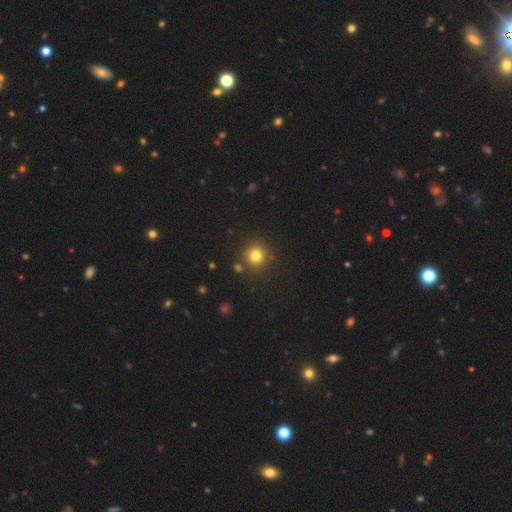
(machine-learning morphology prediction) Smooth or featured?
  - smooth: 80% *
  - star or artifact: 14%
  - featured or disk: 6%
How rounded?
  - round: 93% *
  - in between: 6%
  - cigar-shaped: 1%
Merging?
  - none: 85% *
  - minor disturbance: 7%
  - merger: 5%
  - major disturbance: 3%